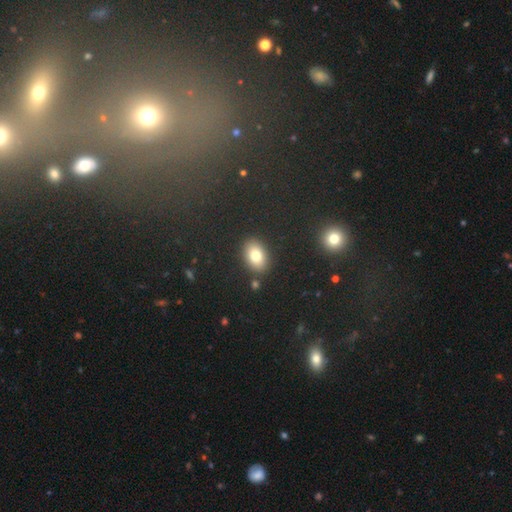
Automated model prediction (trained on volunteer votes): Q: Smooth or featured?
A: smooth (80%); runner-up: star or artifact (11%)
Q: How rounded?
A: in between (80%); runner-up: round (19%)
Q: Merging?
A: none (86%); runner-up: minor disturbance (8%)